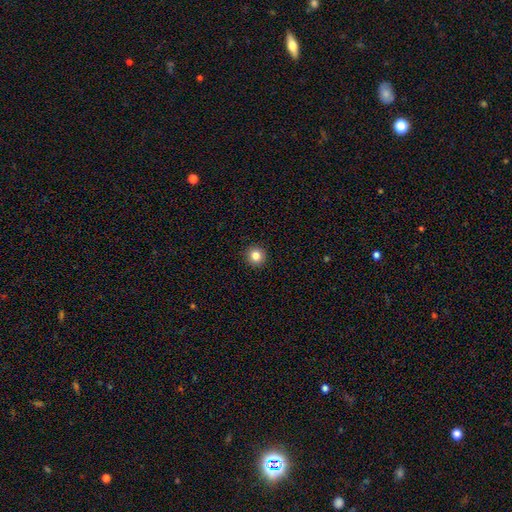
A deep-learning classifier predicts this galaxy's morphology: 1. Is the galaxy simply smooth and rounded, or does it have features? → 83% smooth, 12% star or artifact, 5% featured or disk.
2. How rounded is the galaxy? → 94% round, 5% in between, 1% cigar-shaped.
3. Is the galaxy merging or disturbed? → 93% none, 4% minor disturbance, 1% major disturbance, 1% merger.